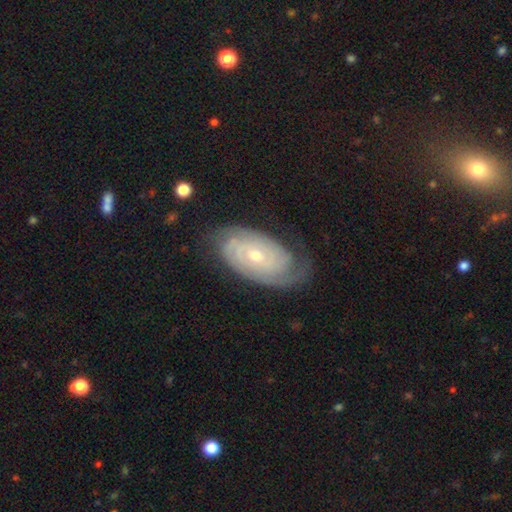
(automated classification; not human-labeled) Smooth or featured: featured or disk — 85% (smooth — 10%)
Edge-on disk: no — 95% (yes — 5%)
Bar: no — 70% (weak — 24%)
Spiral arms: yes — 96% (no — 4%)
Spiral winding: tight — 79% (medium — 17%)
Spiral arm count: 2 — 38% (can't tell — 29%)
Bulge size: small — 55% (moderate — 42%)
Merging: none — 75% (minor disturbance — 18%)